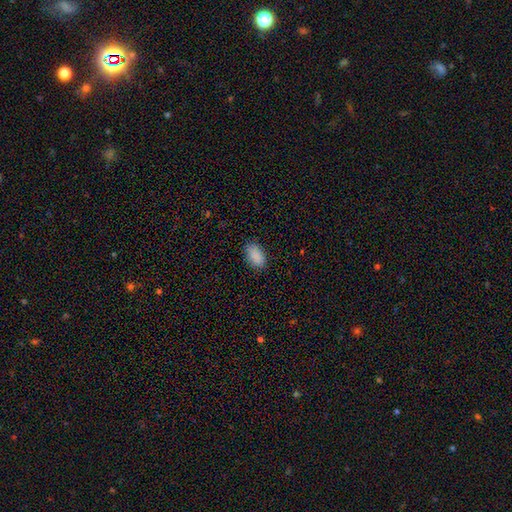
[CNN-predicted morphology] smooth_or_featured: smooth (p=0.89) [alt: star or artifact p=0.08]
how_rounded: in between (p=0.93) [alt: round p=0.05]
merging: none (p=0.86) [alt: minor disturbance p=0.11]